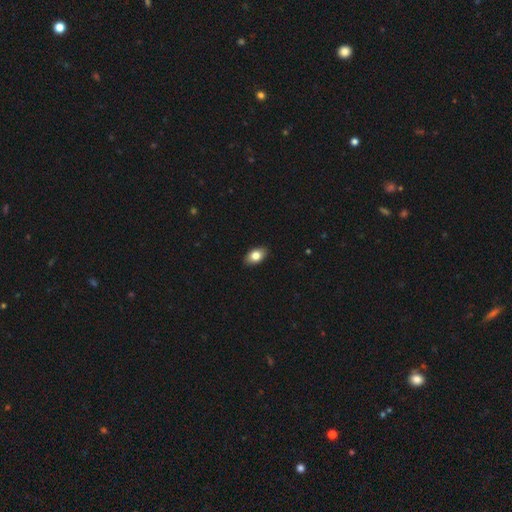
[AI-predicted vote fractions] smooth 81%, featured or disk 12%, star or artifact 8%. Down the decision tree: how rounded — in between (89%); merging — none (89%).